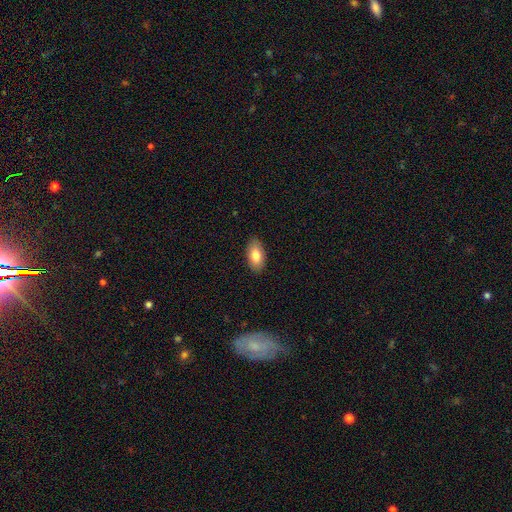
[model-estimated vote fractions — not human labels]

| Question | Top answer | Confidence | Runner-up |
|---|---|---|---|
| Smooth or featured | smooth | 80% | featured or disk (13%) |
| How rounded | in between | 93% | round (4%) |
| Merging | none | 88% | minor disturbance (9%) |